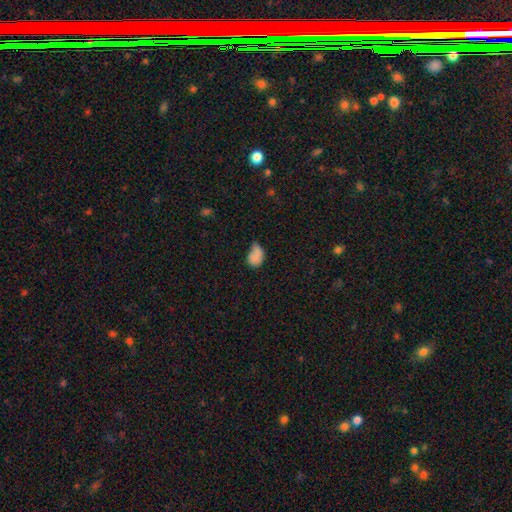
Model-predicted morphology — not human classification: This is likely a smooth galaxy (80%). How rounded: likely in between (78%). Merging: marginally minor disturbance (40%).